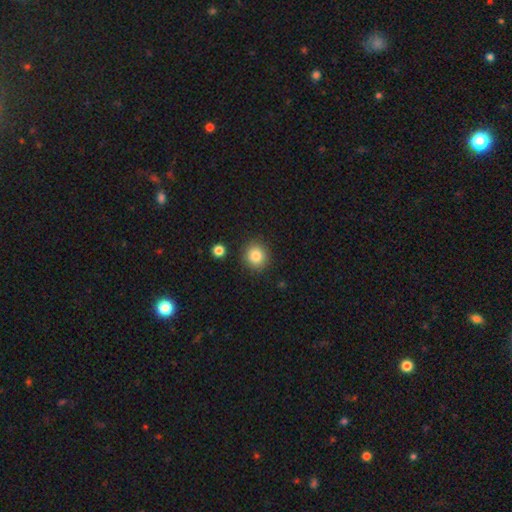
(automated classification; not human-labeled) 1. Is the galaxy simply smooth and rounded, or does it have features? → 84% smooth, 10% star or artifact, 6% featured or disk.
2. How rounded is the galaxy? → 86% round, 13% in between, 1% cigar-shaped.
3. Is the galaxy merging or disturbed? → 88% none, 7% minor disturbance, 3% merger, 2% major disturbance.